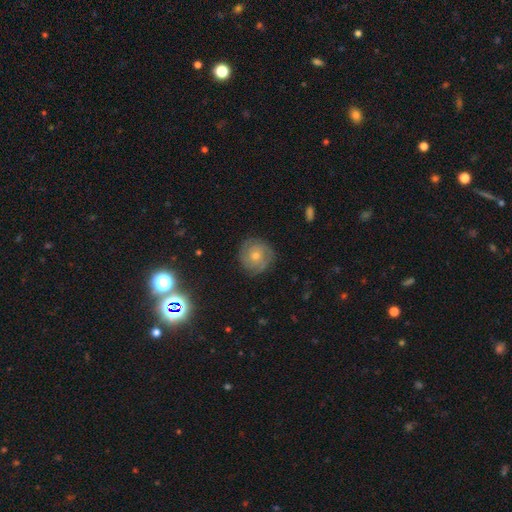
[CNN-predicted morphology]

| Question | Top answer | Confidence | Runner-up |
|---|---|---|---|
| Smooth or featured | featured or disk | 61% | smooth (25%) |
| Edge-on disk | no | 97% | yes (3%) |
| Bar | no | 80% | weak (16%) |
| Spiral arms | yes | 88% | no (12%) |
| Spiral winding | tight | 69% | medium (25%) |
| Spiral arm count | can't tell | 35% | 2 (27%) |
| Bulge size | small | 52% | moderate (43%) |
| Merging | none | 84% | minor disturbance (11%) |